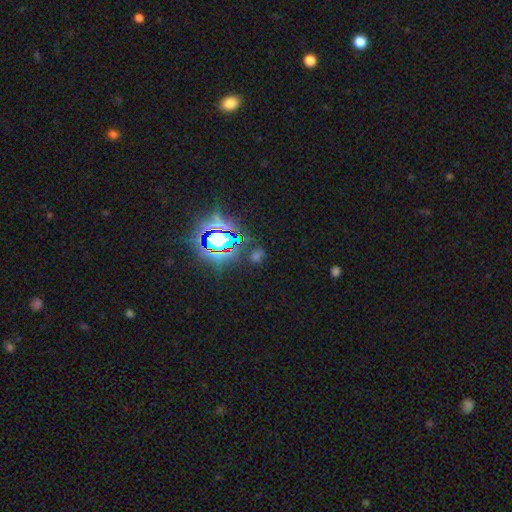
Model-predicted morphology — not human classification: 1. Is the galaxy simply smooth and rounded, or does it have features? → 63% star or artifact, 27% smooth, 10% featured or disk.